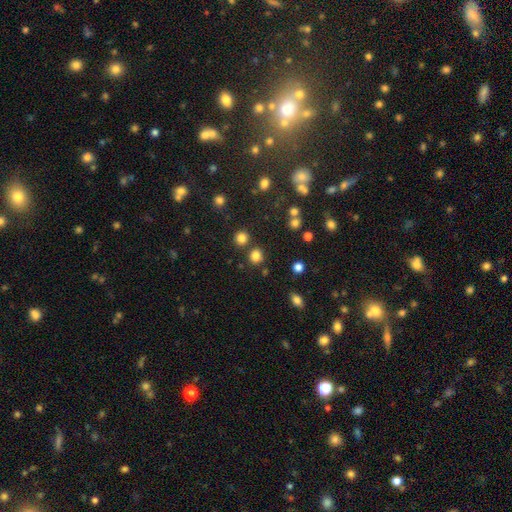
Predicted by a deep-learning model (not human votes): smooth-or-featured: smooth: 80% | star or artifact: 15% | featured or disk: 5%
  how-rounded: round: 81% | in between: 18% | cigar-shaped: 1%
  merging: none: 80% | merger: 9% | minor disturbance: 8% | major disturbance: 3%